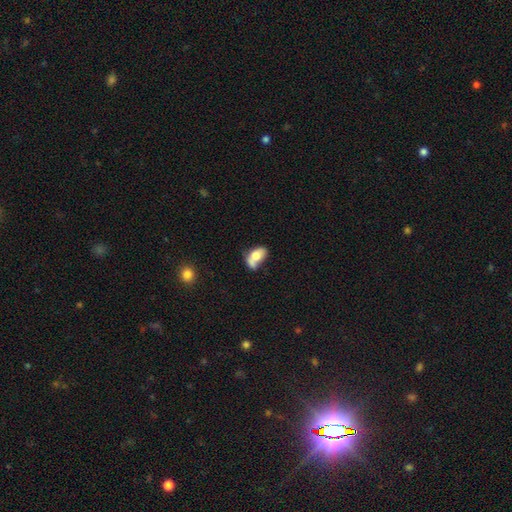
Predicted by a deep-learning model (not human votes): This appears to be a smooth galaxy with no disk features (68%) that is in between round and cigar-shaped (87%). Merging: merger (39%).